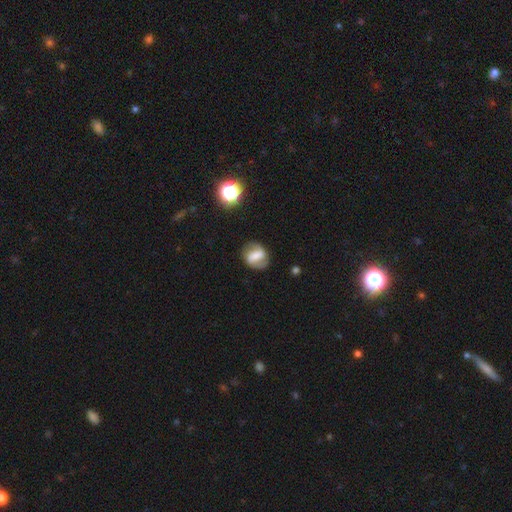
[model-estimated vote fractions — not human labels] Smooth or featured? featured or disk (64%)
Edge-on disk? no (96%)
Bar? strong (55%)
Spiral arms? yes (82%)
Spiral winding? medium (43%)
Spiral arm count? 2 (85%)
Bulge size? moderate (30%)
Merging? none (77%)